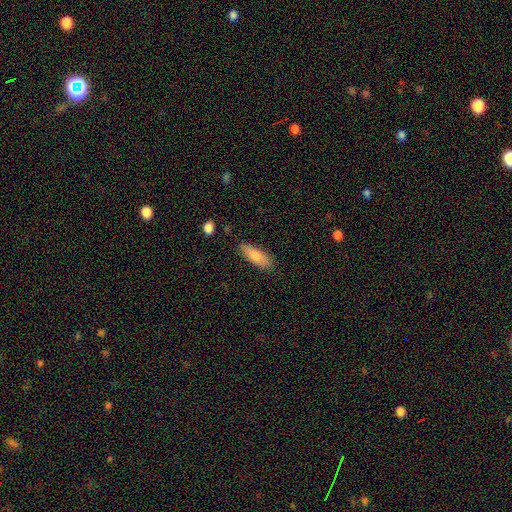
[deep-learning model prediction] The model was most divided on "how rounded": in between: 60%, cigar-shaped: 38%, round: 2%. More confident: merging — none (84%); smooth or featured — smooth (81%).